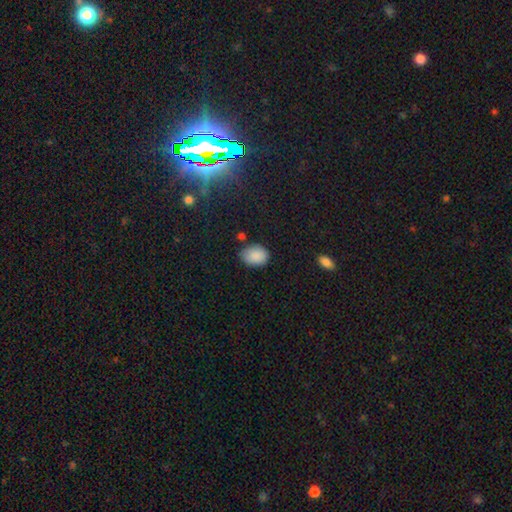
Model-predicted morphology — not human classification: This is clearly a smooth galaxy (87%). How rounded: likely in between (72%). Merging: likely none (67%).